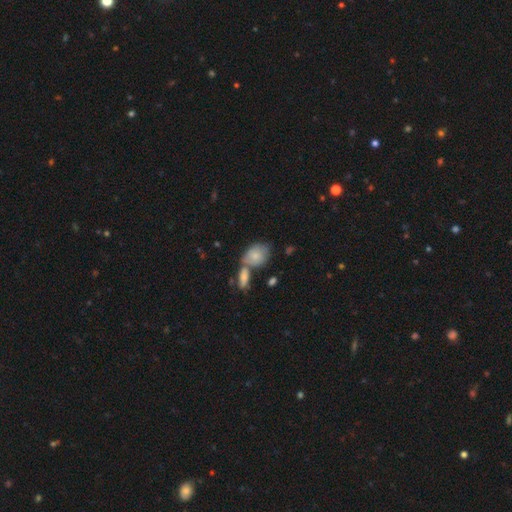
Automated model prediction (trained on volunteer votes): smooth_or_featured: smooth (p=0.75) [alt: featured or disk p=0.18]
how_rounded: in between (p=0.65) [alt: round p=0.33]
merging: none (p=0.40) [alt: merger p=0.36]